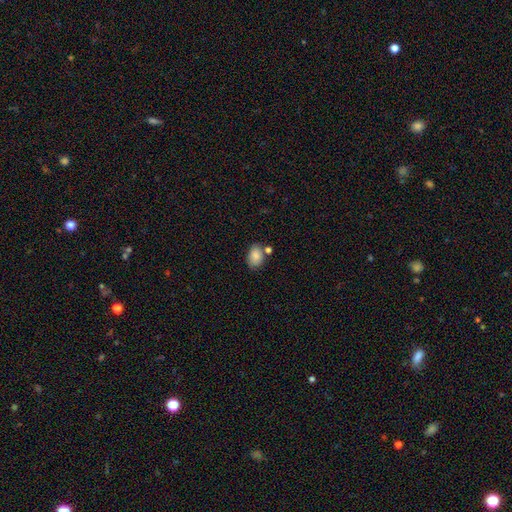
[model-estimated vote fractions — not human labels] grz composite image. It shows a smooth galaxy with no disk features (86%) that is in between round and cigar-shaped (81%). Merging: none (67%).